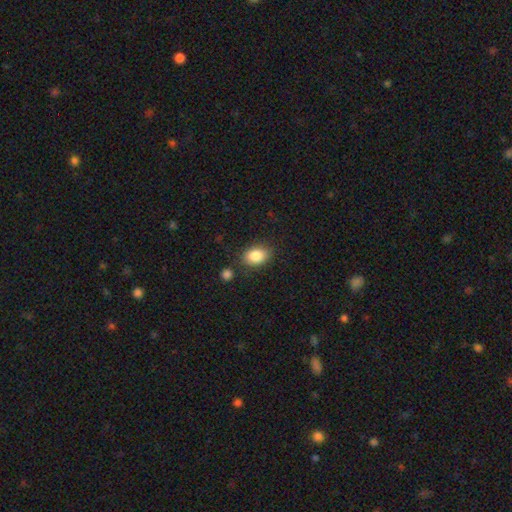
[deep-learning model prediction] smooth-or-featured: smooth: 85% | star or artifact: 8% | featured or disk: 7%
  how-rounded: in between: 80% | round: 19% | cigar-shaped: 1%
  merging: none: 80% | minor disturbance: 12% | merger: 5% | major disturbance: 3%